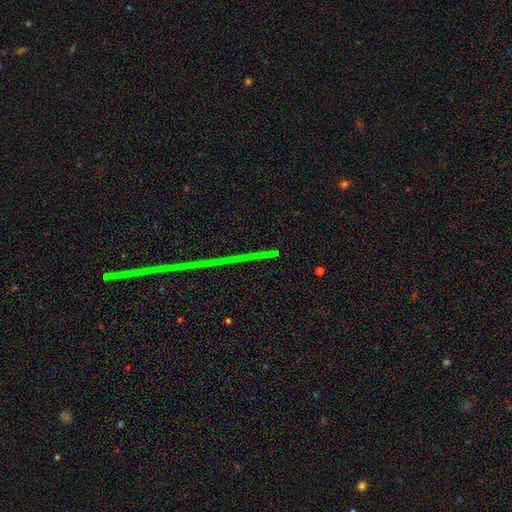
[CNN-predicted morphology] A star or artifact, not a galaxy (84%).

Vote fractions:
- Smooth or featured? star or artifact: 84% / featured or disk: 9% / smooth: 6%